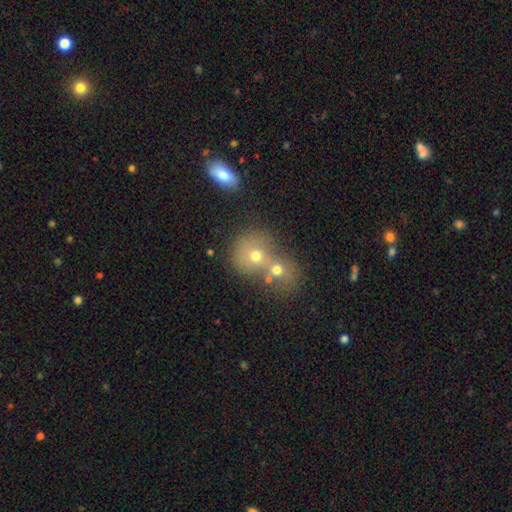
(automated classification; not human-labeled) Smooth or featured? smooth (57%)
How rounded? round (71%)
Merging? merger (59%)